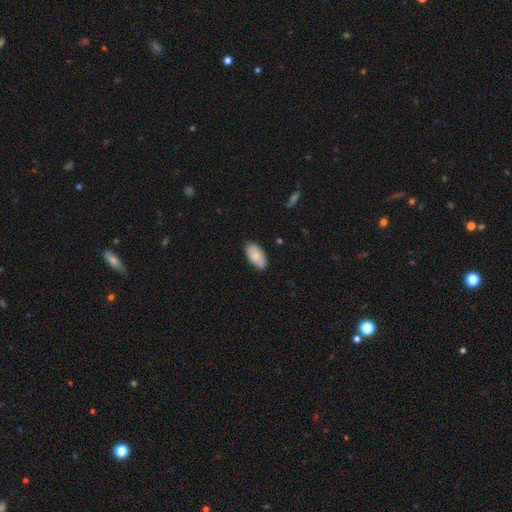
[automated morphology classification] Smooth or featured?
  - smooth: 80% *
  - featured or disk: 14%
  - star or artifact: 6%
How rounded?
  - in between: 94% *
  - cigar-shaped: 3%
  - round: 3%
Merging?
  - none: 78% *
  - minor disturbance: 18%
  - major disturbance: 3%
  - merger: 2%